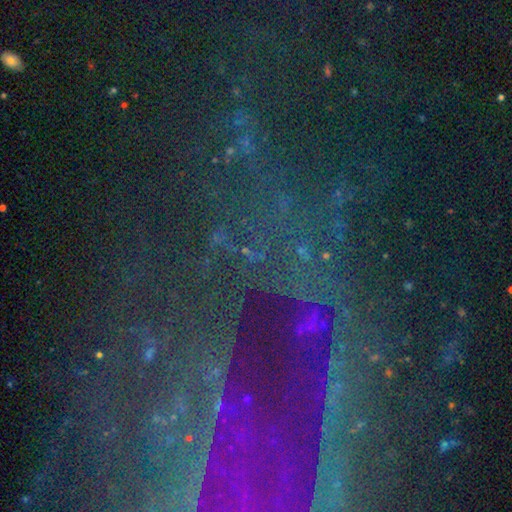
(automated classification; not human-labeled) This appears to be a star or artifact, not a galaxy (76%).